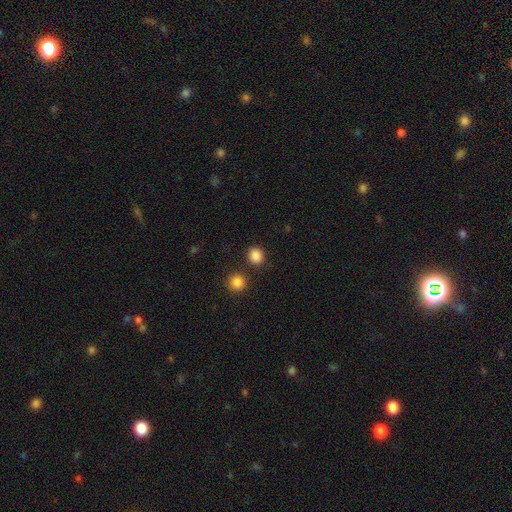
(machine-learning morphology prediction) Smooth or featured: smooth — 86% (star or artifact — 11%)
How rounded: round — 74% (in between — 25%)
Merging: none — 83% (minor disturbance — 8%)